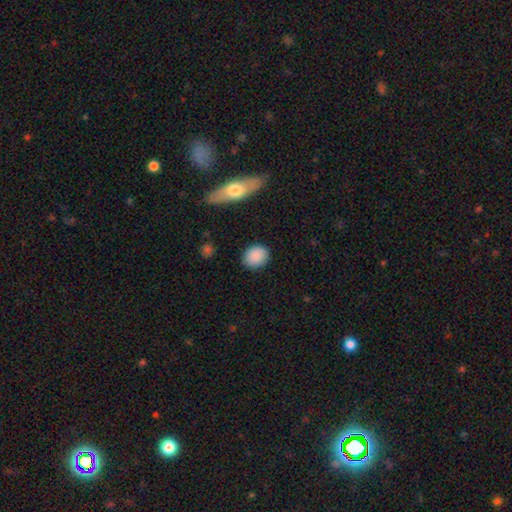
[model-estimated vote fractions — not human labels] Overall: smooth (88%). How rounded: round (60%; in between 38%). Merging: none (87%).